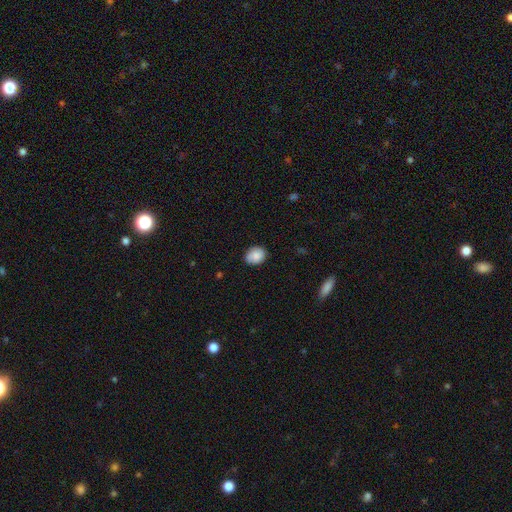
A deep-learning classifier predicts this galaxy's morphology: This appears to be a smooth galaxy with no disk features (82%) that is round (52%). Merging: none (82%).